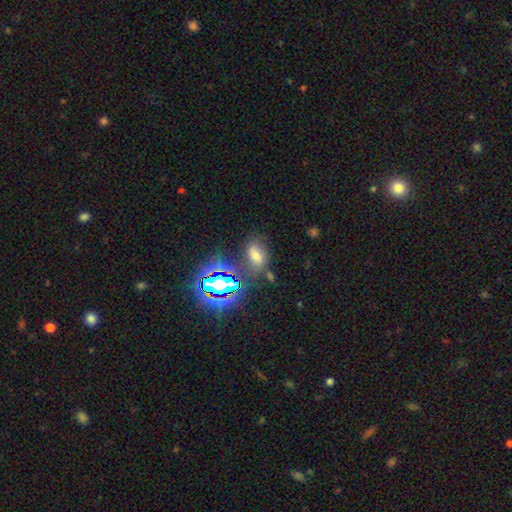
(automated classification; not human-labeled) A smooth galaxy with no disk features (52%) that is in between round and cigar-shaped (86%). Merging: none (60%).